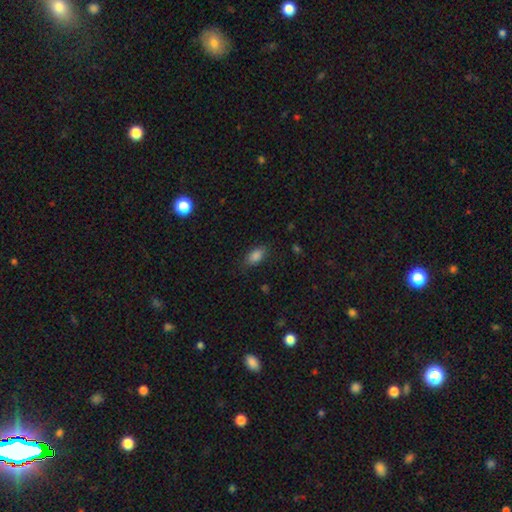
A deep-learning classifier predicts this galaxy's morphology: Smooth or featured?
  - smooth: 85% *
  - star or artifact: 9%
  - featured or disk: 6%
How rounded?
  - in between: 88% *
  - round: 7%
  - cigar-shaped: 5%
Merging?
  - none: 78% *
  - minor disturbance: 16%
  - major disturbance: 5%
  - merger: 1%